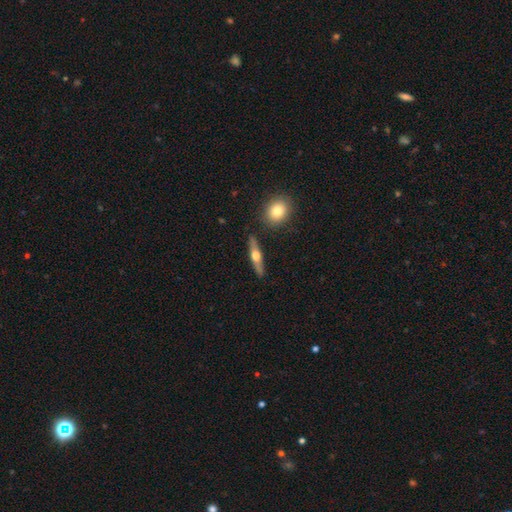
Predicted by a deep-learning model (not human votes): Q: Smooth or featured?
A: featured or disk (59%); runner-up: smooth (35%)
Q: Edge-on disk?
A: yes (94%); runner-up: no (6%)
Q: Edge-on bulge?
A: rounded (94%); runner-up: boxy (3%)
Q: Merging?
A: none (87%); runner-up: minor disturbance (8%)